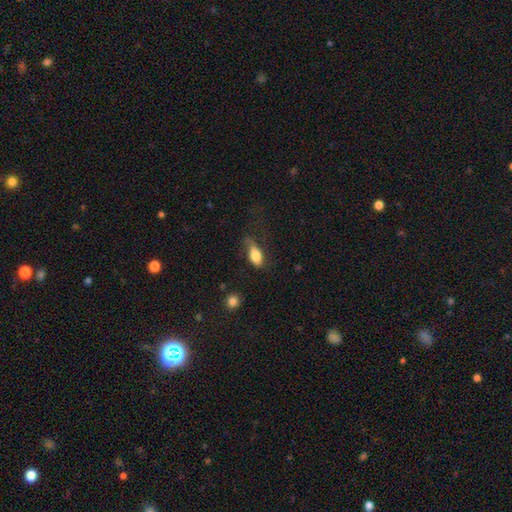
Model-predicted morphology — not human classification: Smooth or featured?
  - smooth: 80% *
  - featured or disk: 13%
  - star or artifact: 7%
How rounded?
  - in between: 84% *
  - cigar-shaped: 12%
  - round: 4%
Merging?
  - none: 43% *
  - minor disturbance: 31%
  - major disturbance: 23%
  - merger: 3%